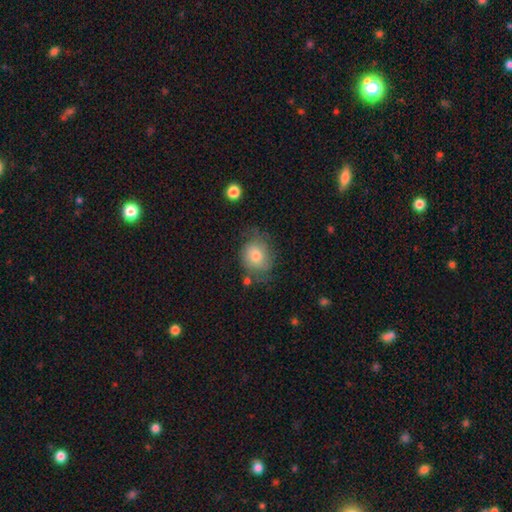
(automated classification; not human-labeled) Q: Smooth or featured?
A: smooth (63%); runner-up: featured or disk (28%)
Q: How rounded?
A: round (58%); runner-up: in between (41%)
Q: Merging?
A: none (58%); runner-up: minor disturbance (27%)